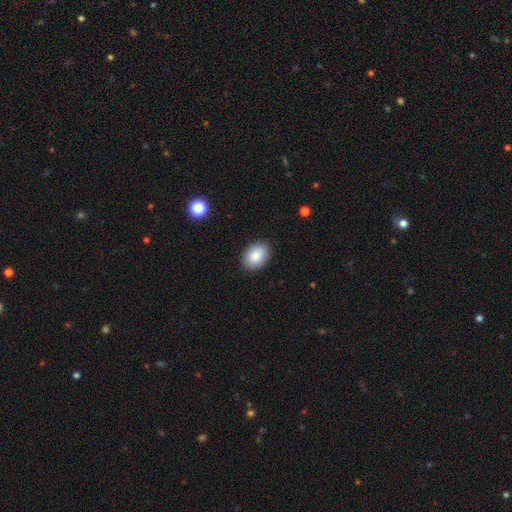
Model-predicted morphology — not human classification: A smooth galaxy with no disk features (87%) that is in between round and cigar-shaped (79%). Merging: none (89%).